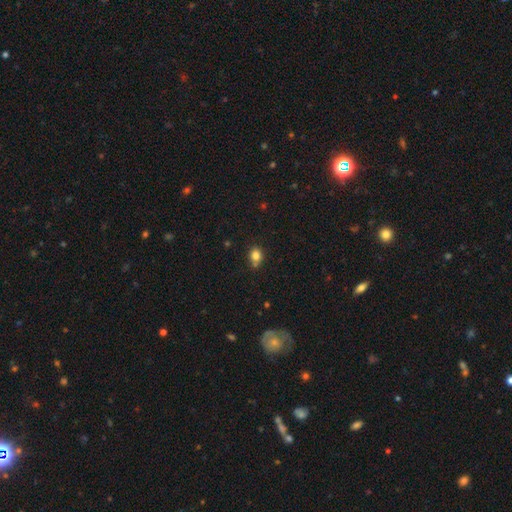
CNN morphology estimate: smooth_or_featured: smooth (p=0.82) [alt: star or artifact p=0.11]
how_rounded: round (p=0.60) [alt: in between p=0.39]
merging: none (p=0.65) [alt: minor disturbance p=0.22]